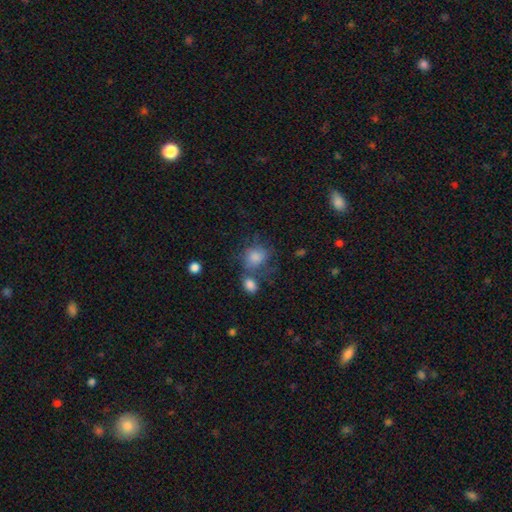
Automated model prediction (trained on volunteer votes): Smooth or featured? smooth (76%)
How rounded? round (59%)
Merging? none (45%)